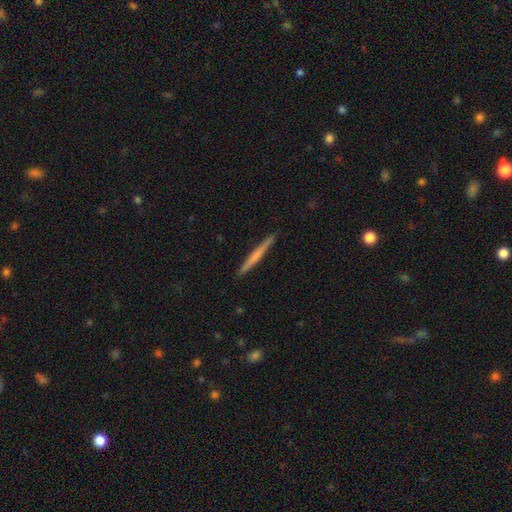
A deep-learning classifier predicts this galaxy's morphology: Smooth or featured? Predicted: smooth (p=0.55). How rounded? Predicted: cigar-shaped (p=0.97). Merging? Predicted: none (p=0.92).